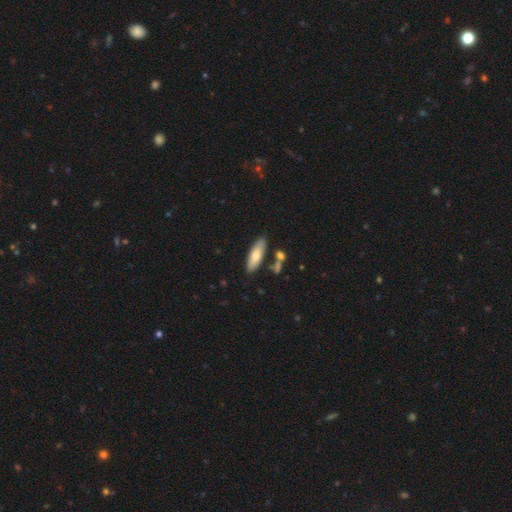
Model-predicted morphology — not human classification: Q: Smooth or featured?
A: smooth (68%); runner-up: featured or disk (26%)
Q: How rounded?
A: in between (58%); runner-up: cigar-shaped (40%)
Q: Merging?
A: none (78%); runner-up: minor disturbance (11%)